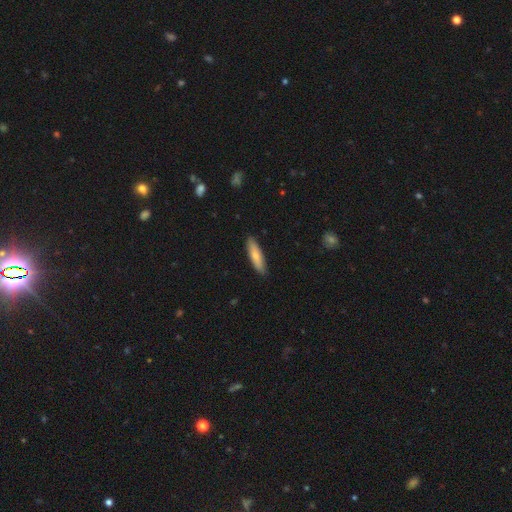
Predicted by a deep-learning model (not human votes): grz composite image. It shows a smooth galaxy with no disk features (71%) that is cigar-shaped (70%). Merging: none (89%).